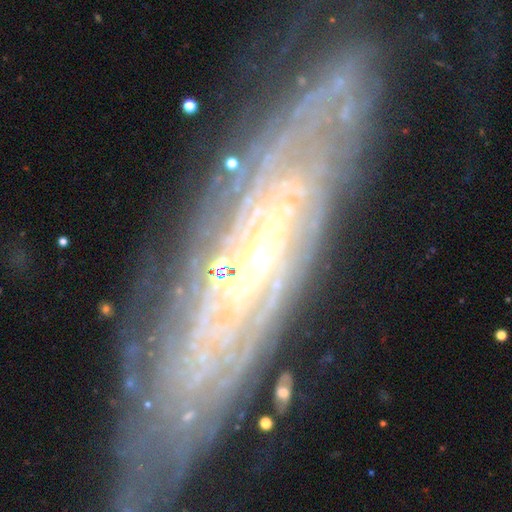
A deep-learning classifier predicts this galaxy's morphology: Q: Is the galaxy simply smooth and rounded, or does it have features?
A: featured or disk — 83%.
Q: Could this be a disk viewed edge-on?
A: no — 74%.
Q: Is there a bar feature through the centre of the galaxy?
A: no — 54%.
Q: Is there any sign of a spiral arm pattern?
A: yes — 93%.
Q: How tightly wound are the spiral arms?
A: tight — 75%.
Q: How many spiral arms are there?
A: can't tell — 53%.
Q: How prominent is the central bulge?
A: small — 76%.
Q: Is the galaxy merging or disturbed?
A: none — 66%.